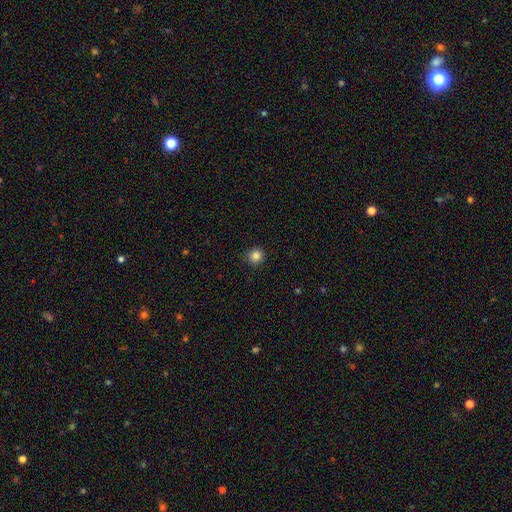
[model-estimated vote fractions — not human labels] Morphology: type=smooth (84%); roundness=round (93%); merging=none (91%).